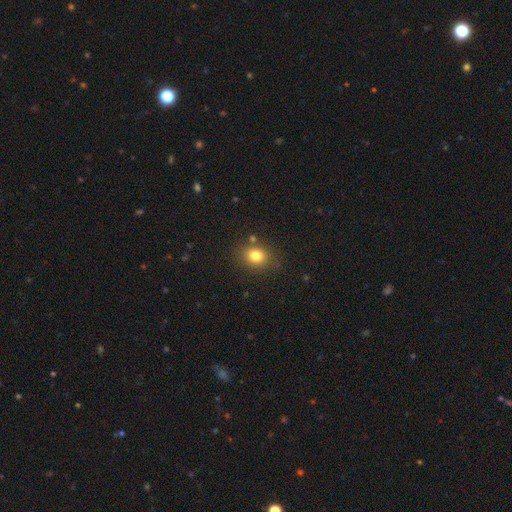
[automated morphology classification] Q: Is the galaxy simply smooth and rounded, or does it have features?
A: smooth — 80%.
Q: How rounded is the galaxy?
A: round — 56%.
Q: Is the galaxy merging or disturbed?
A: none — 79%.